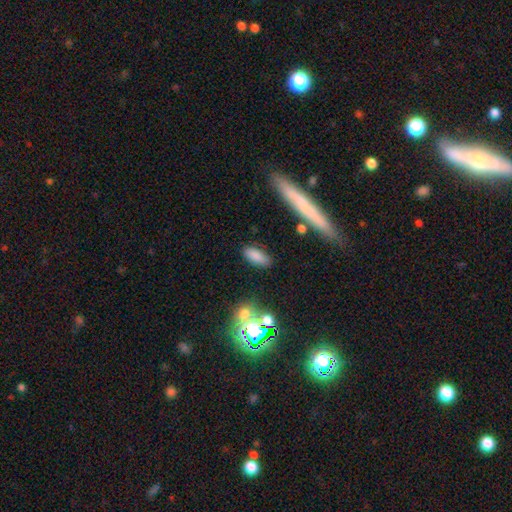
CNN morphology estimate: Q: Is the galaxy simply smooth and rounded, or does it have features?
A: smooth — 83%.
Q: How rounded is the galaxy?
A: in between — 80%.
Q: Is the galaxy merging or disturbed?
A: none — 82%.